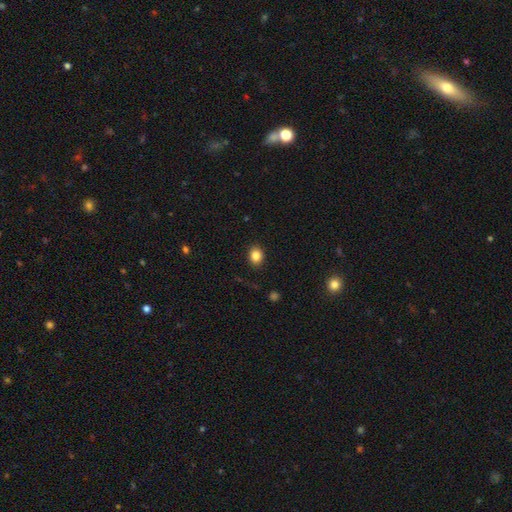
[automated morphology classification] Smooth or featured: smooth — 85% (star or artifact — 10%)
How rounded: round — 56% (in between — 44%)
Merging: none — 88% (minor disturbance — 8%)